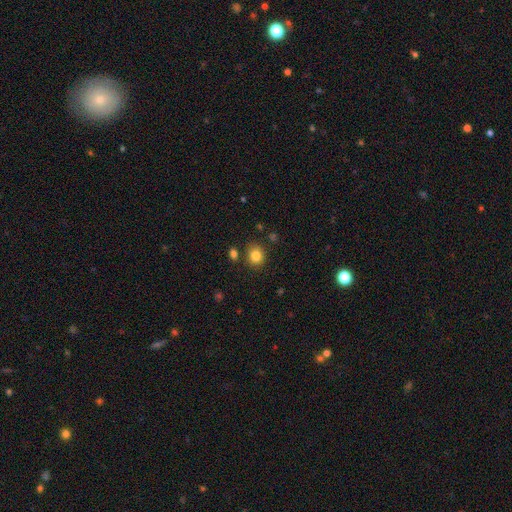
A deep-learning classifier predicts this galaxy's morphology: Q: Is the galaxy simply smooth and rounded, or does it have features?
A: smooth — 82%.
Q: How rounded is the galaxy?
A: round — 72%.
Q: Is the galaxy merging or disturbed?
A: none — 81%.